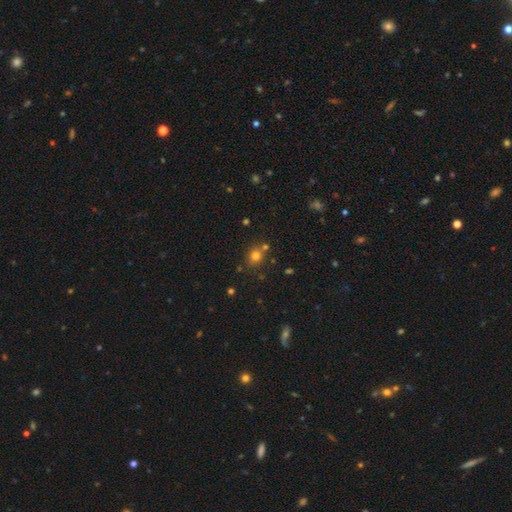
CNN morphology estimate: Smooth or featured? Predicted: smooth (p=0.74). How rounded? Predicted: round (p=0.74). Merging? Predicted: none (p=0.71).